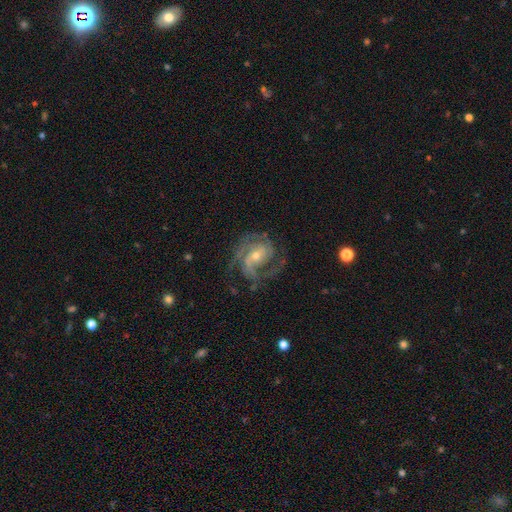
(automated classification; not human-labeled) Smooth or featured? featured or disk (90%)
Edge-on disk? no (98%)
Bar? no (46%)
Spiral arms? yes (97%)
Spiral winding? medium (47%)
Spiral arm count? 2 (36%)
Bulge size? small (57%)
Merging? none (67%)